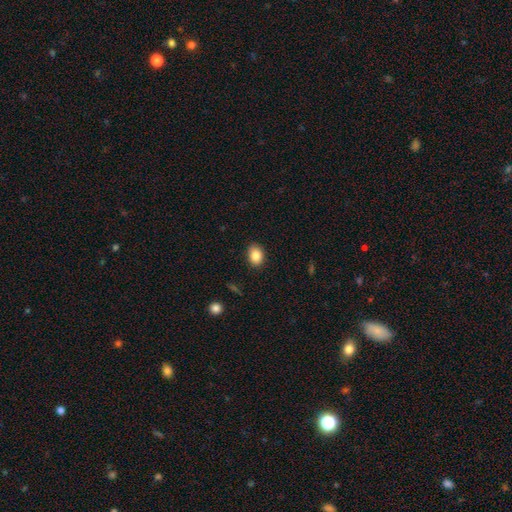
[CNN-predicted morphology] Smooth or featured?
  - smooth: 87% *
  - star or artifact: 9%
  - featured or disk: 5%
How rounded?
  - in between: 71% *
  - round: 28%
  - cigar-shaped: 1%
Merging?
  - none: 88% *
  - minor disturbance: 9%
  - major disturbance: 2%
  - merger: 1%